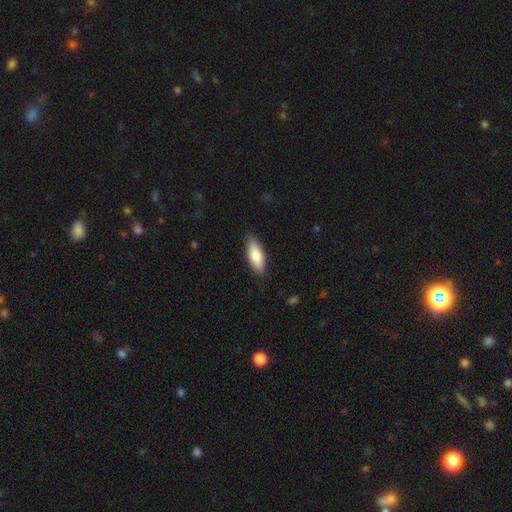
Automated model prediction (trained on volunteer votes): Overall: smooth (84%). How rounded: in between (75%). Merging: none (86%).